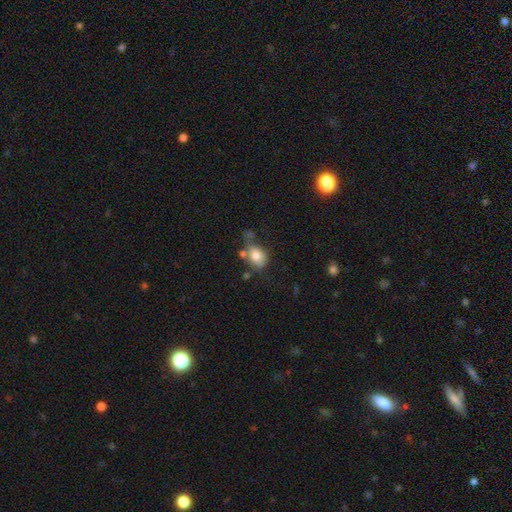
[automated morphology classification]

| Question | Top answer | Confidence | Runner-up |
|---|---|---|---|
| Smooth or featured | smooth | 78% | featured or disk (13%) |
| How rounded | in between | 61% | round (38%) |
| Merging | none | 49% | minor disturbance (23%) |